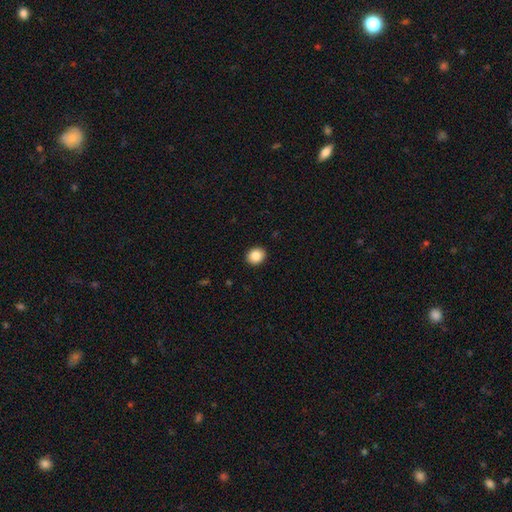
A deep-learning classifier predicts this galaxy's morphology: Smooth or featured? smooth (86%)
How rounded? round (70%)
Merging? none (92%)